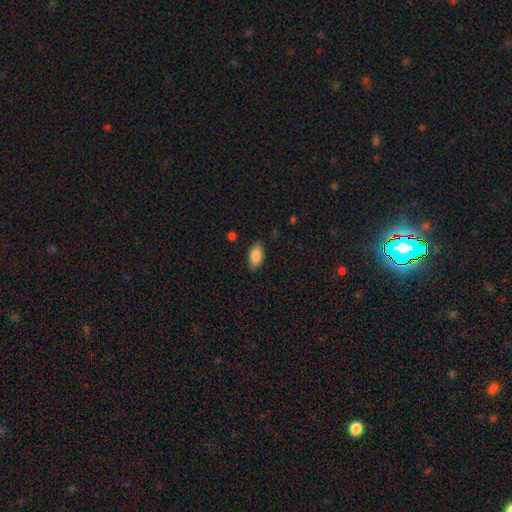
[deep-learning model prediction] Smooth or featured? smooth (88%)
How rounded? in between (93%)
Merging? none (85%)